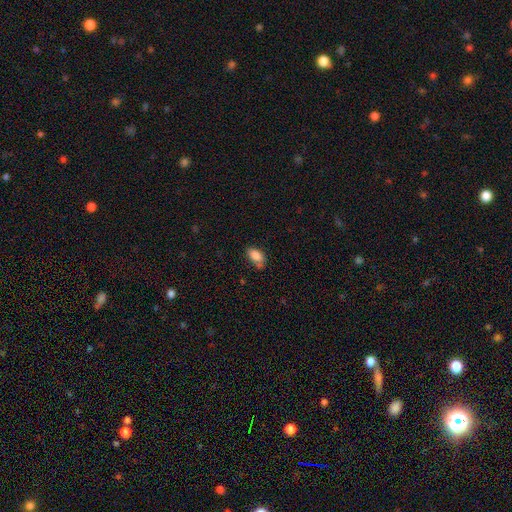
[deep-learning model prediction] Smooth or featured?
  - smooth: 86% *
  - star or artifact: 8%
  - featured or disk: 6%
How rounded?
  - in between: 92% *
  - round: 5%
  - cigar-shaped: 3%
Merging?
  - none: 63% *
  - minor disturbance: 26%
  - merger: 6%
  - major disturbance: 6%